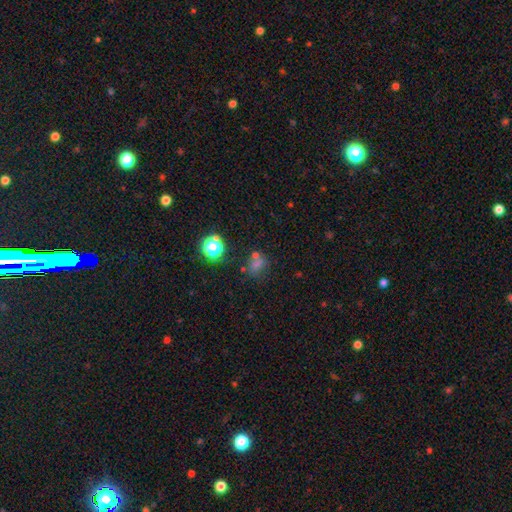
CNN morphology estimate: Overall: star or artifact (53%; smooth 35%).